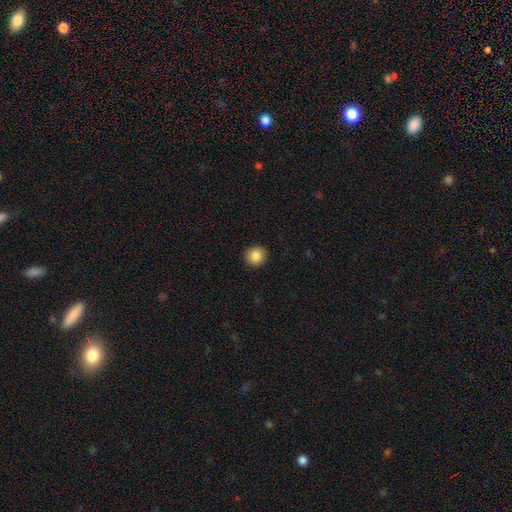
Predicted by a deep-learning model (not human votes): A smooth galaxy with no disk features (86%) that is round (88%). Merging: none (92%).